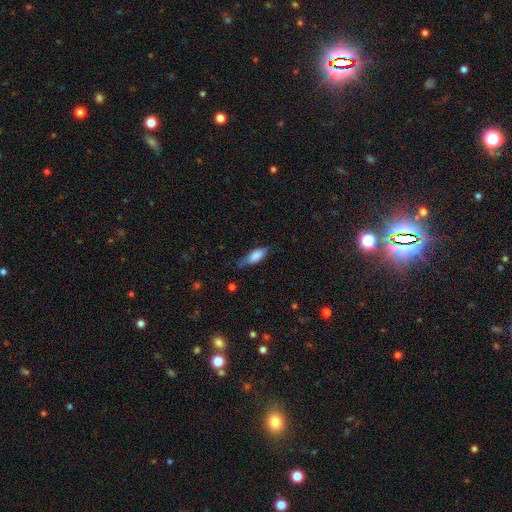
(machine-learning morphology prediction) smooth_or_featured: smooth (p=0.75) [alt: featured or disk p=0.17]
how_rounded: in between (p=0.74) [alt: cigar-shaped p=0.23]
merging: none (p=0.57) [alt: minor disturbance p=0.32]